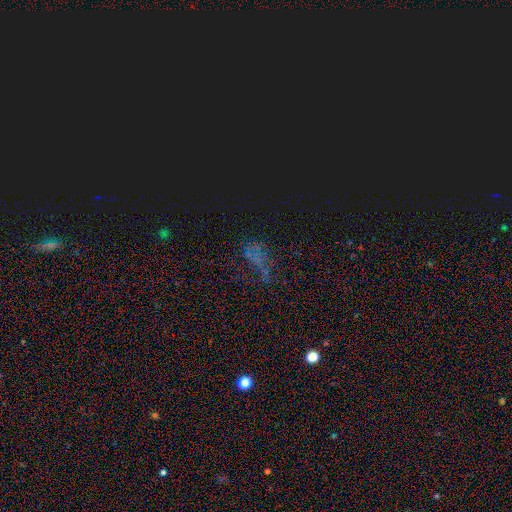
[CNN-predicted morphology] This appears to be a star or artifact, not a galaxy (56%).